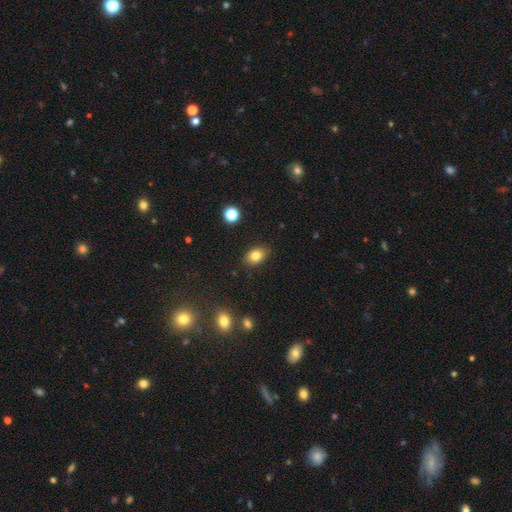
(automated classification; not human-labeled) A smooth galaxy with no disk features (81%) that is in between round and cigar-shaped (77%). Merging: none (85%).